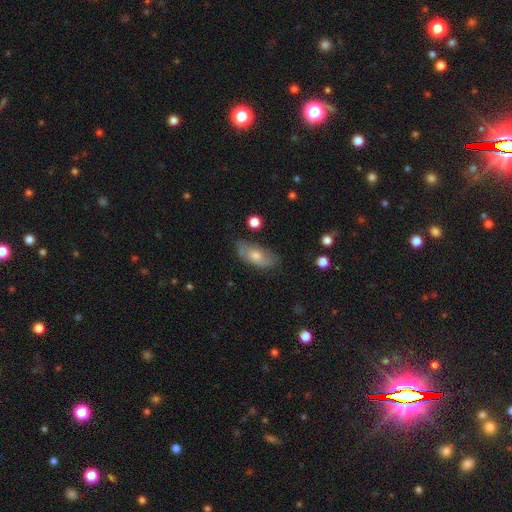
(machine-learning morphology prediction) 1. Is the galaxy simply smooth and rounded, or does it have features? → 58% smooth, 34% featured or disk, 9% star or artifact.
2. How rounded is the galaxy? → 85% in between, 10% cigar-shaped, 5% round.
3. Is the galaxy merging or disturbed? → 67% none, 24% minor disturbance, 7% major disturbance, 3% merger.